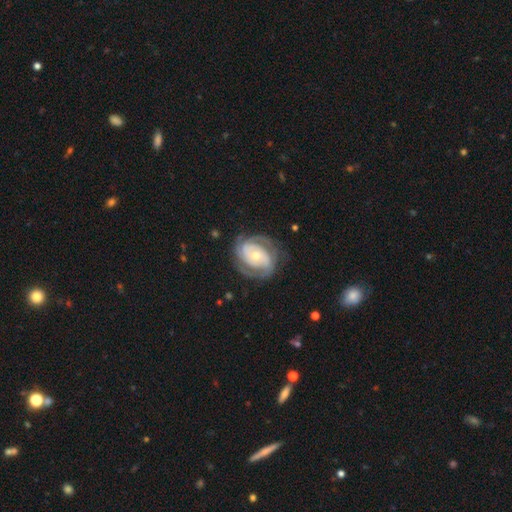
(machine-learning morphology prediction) The model was most divided on "spiral arm count": 2: 48%, 3: 25%, can't tell: 13%, 4: 6%, 1: 4%, more than 4: 4%. More confident: edge-on disk — no (98%); spiral arms — yes (97%); smooth or featured — featured or disk (90%); merging — none (76%); spiral winding — tight (67%); bar — no (63%); bulge size — moderate (59%).